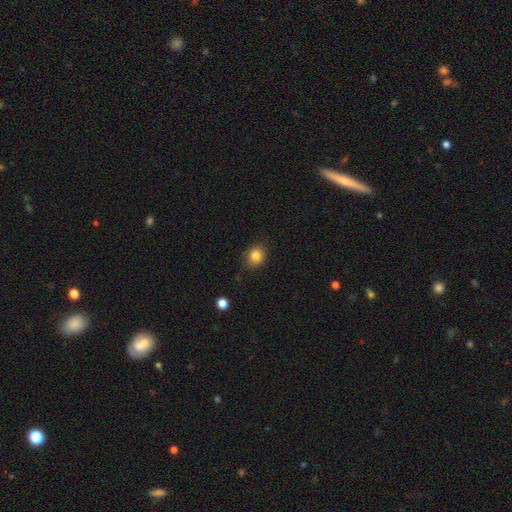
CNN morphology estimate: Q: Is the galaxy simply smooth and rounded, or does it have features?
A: smooth — 83%.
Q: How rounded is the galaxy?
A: round — 70%.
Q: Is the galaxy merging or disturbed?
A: none — 83%.